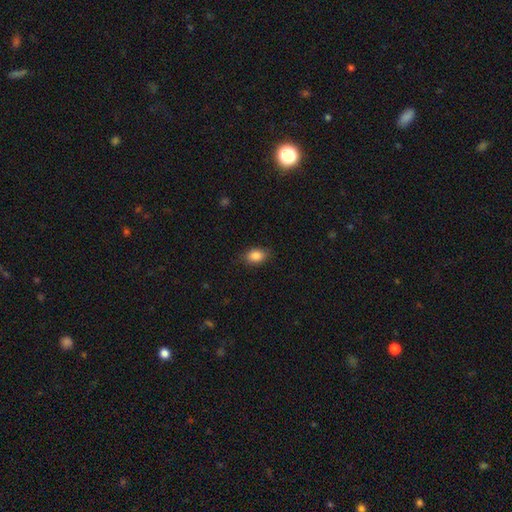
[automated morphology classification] Smooth or featured: smooth — 86% (star or artifact — 9%)
How rounded: in between — 77% (round — 22%)
Merging: none — 83% (minor disturbance — 13%)